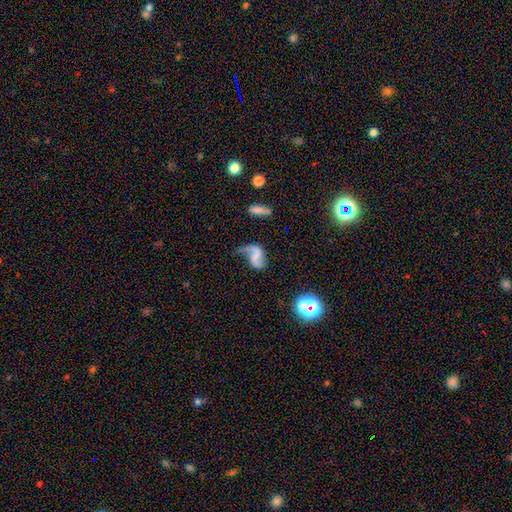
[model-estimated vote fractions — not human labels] smooth_or_featured: featured or disk (p=0.67) [alt: smooth p=0.23]
disk_edge_on: no (p=0.97) [alt: yes p=0.03]
bar: no (p=0.47) [alt: weak p=0.35]
has_spiral_arms: yes (p=0.87) [alt: no p=0.13]
spiral_winding: loose (p=0.81) [alt: medium p=0.15]
spiral_arm_count: 2 (p=0.61) [alt: 1 p=0.34]
bulge_size: none (p=0.66) [alt: small p=0.17]
merging: none (p=0.37) [alt: major disturbance p=0.33]